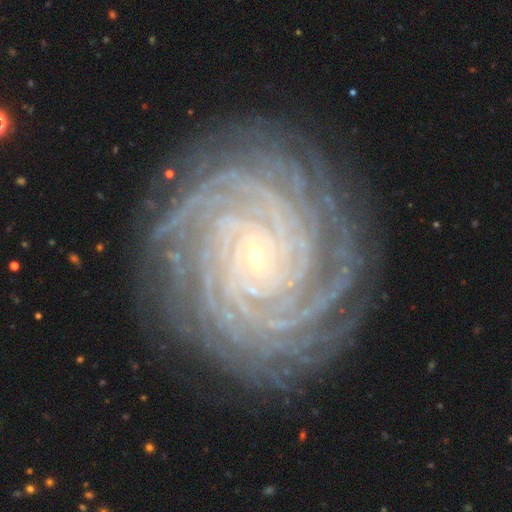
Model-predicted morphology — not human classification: smooth_or_featured: featured or disk (p=0.91) [alt: star or artifact p=0.05]
disk_edge_on: no (p=0.98) [alt: yes p=0.02]
bar: no (p=0.69) [alt: weak p=0.19]
has_spiral_arms: yes (p=0.99) [alt: no p=0.01]
spiral_winding: tight (p=0.89) [alt: medium p=0.09]
spiral_arm_count: more than 4 (p=0.40) [alt: 4 p=0.21]
bulge_size: small (p=0.90) [alt: moderate p=0.07]
merging: none (p=0.85) [alt: minor disturbance p=0.11]